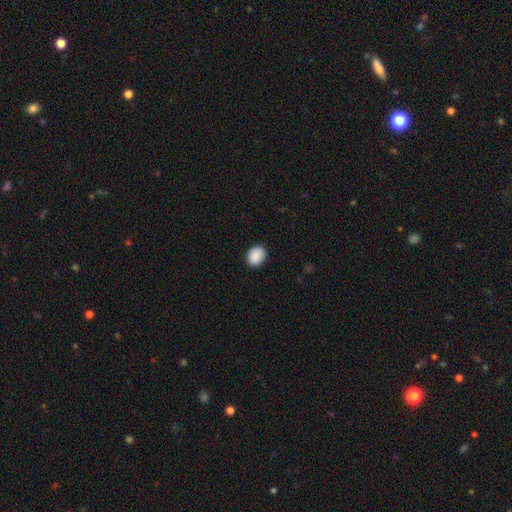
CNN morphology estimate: A smooth galaxy with no disk features (90%) that is in between round and cigar-shaped (53%).

Vote fractions:
- Smooth or featured? smooth: 90% / star or artifact: 7% / featured or disk: 2%
- How rounded? in between: 53% / round: 46% / cigar-shaped: 1%
- Merging? none: 89% / minor disturbance: 8% / major disturbance: 2% / merger: 1%